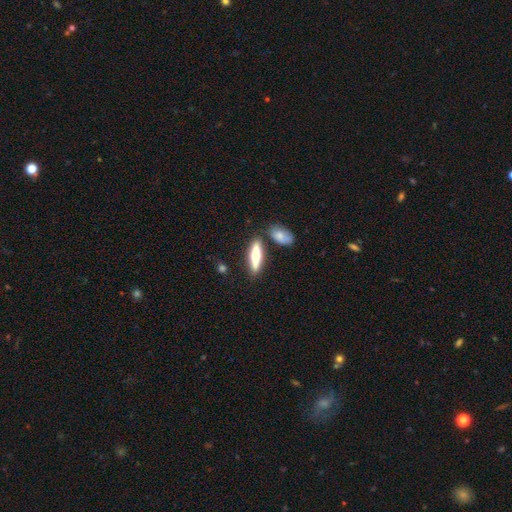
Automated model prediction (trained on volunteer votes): smooth 54%, featured or disk 40%, star or artifact 6%. Down the decision tree: how rounded — cigar-shaped (68%); merging — none (78%).